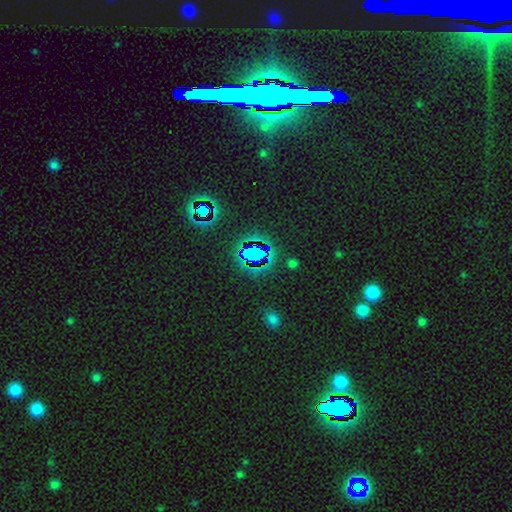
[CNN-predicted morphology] This is clearly a star or artifact rather than a galaxy (80%).